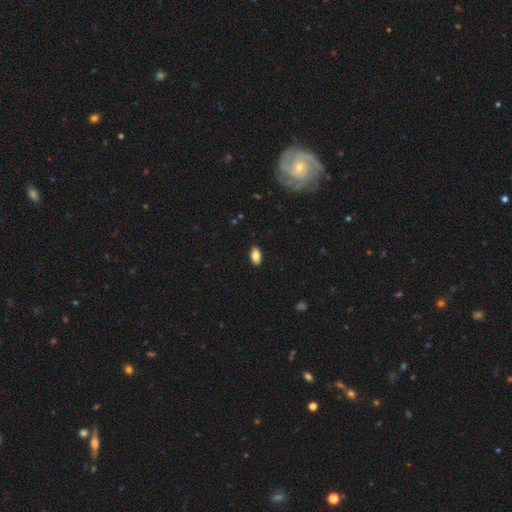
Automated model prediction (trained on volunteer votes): smooth-or-featured: smooth: 81% | featured or disk: 12% | star or artifact: 8%
  how-rounded: in between: 92% | cigar-shaped: 5% | round: 3%
  merging: none: 89% | minor disturbance: 8% | major disturbance: 2% | merger: 1%